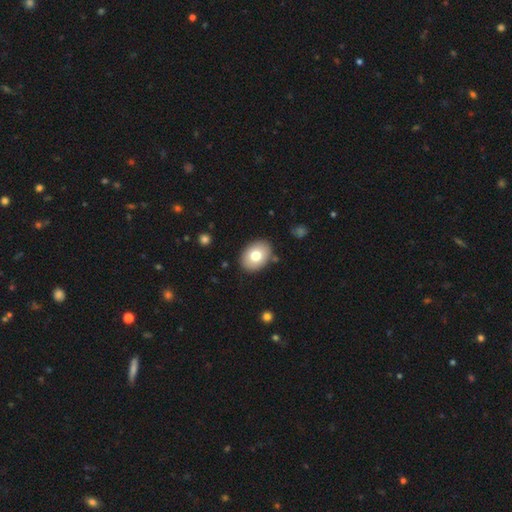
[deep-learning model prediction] smooth-or-featured: smooth: 75% | featured or disk: 17% | star or artifact: 8%
  how-rounded: in between: 75% | round: 24% | cigar-shaped: 1%
  merging: none: 87% | minor disturbance: 9% | major disturbance: 2% | merger: 2%